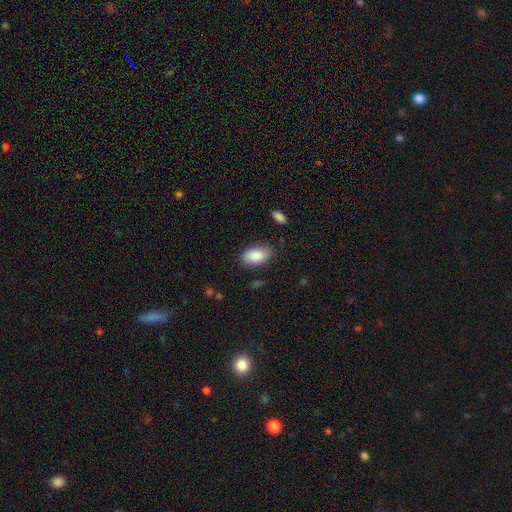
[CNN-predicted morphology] This is clearly a smooth galaxy (89%). How rounded: clearly in between (94%). Merging: clearly none (80%).